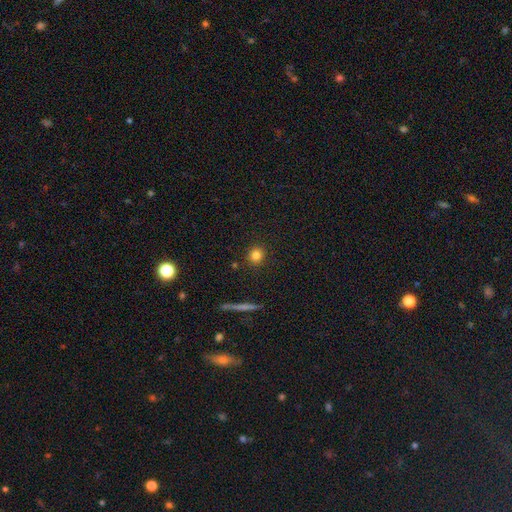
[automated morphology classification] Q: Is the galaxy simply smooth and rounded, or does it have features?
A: smooth — 82%.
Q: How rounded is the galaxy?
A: round — 89%.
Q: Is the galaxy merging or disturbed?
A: none — 90%.